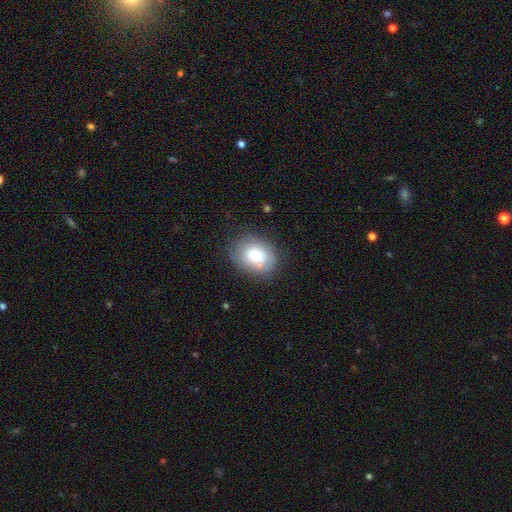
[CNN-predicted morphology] This is likely a smooth galaxy (73%). How rounded: possibly in between (52%). Merging: likely none (65%).